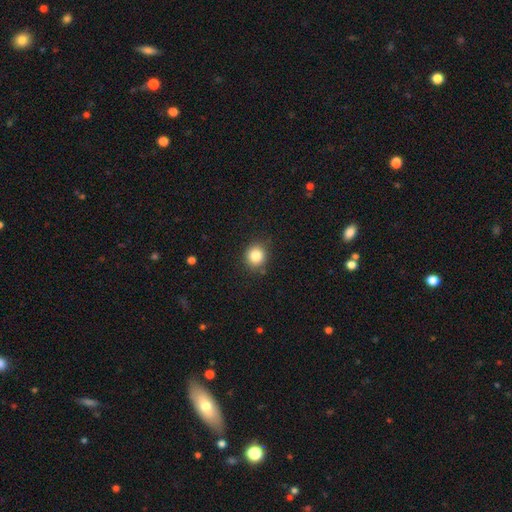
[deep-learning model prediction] A smooth galaxy with no disk features (83%) that is round (87%).

Vote fractions:
- Smooth or featured? smooth: 83% / star or artifact: 11% / featured or disk: 6%
- How rounded? round: 87% / in between: 12% / cigar-shaped: 1%
- Merging? none: 86% / minor disturbance: 9% / major disturbance: 3% / merger: 2%